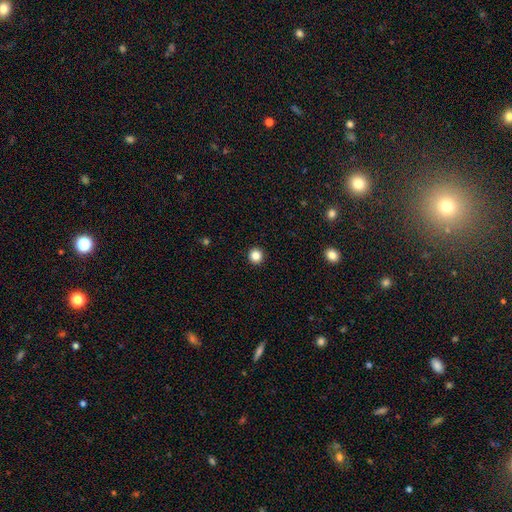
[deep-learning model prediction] Smooth or featured?
  - smooth: 85% *
  - star or artifact: 11%
  - featured or disk: 4%
How rounded?
  - round: 95% *
  - in between: 4%
  - cigar-shaped: 1%
Merging?
  - none: 94% *
  - minor disturbance: 4%
  - major disturbance: 1%
  - merger: 1%